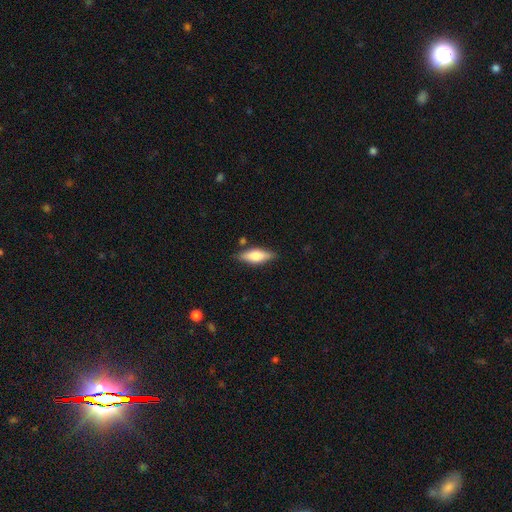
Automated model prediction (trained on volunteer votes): This is likely a smooth galaxy (62%). How rounded: likely in between (61%). Merging: clearly none (81%).